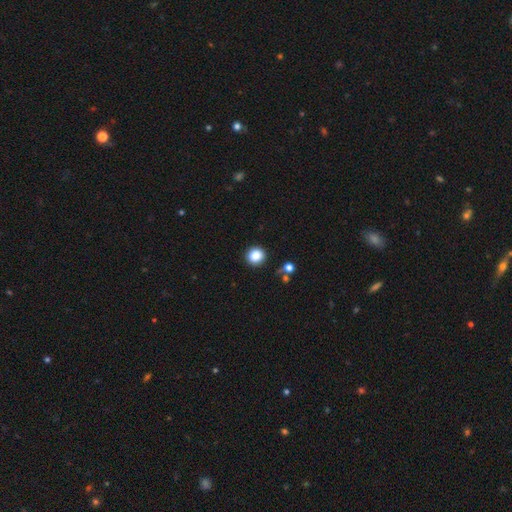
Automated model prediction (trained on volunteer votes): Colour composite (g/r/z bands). It shows a smooth galaxy with no disk features (86%) that is round (90%). Merging: none (88%).